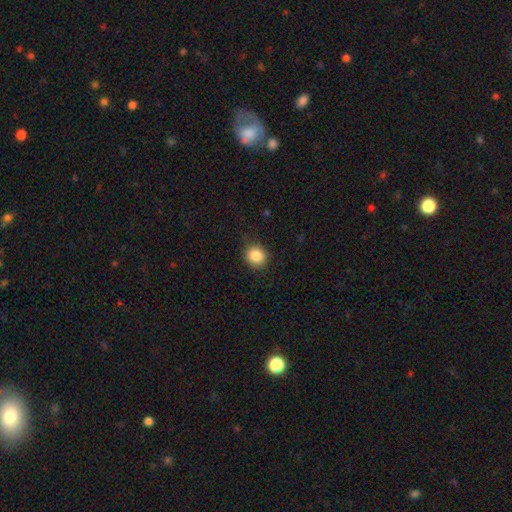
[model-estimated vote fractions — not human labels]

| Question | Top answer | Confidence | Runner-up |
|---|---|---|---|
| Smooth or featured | smooth | 86% | star or artifact (9%) |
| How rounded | round | 77% | in between (22%) |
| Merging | none | 86% | minor disturbance (11%) |